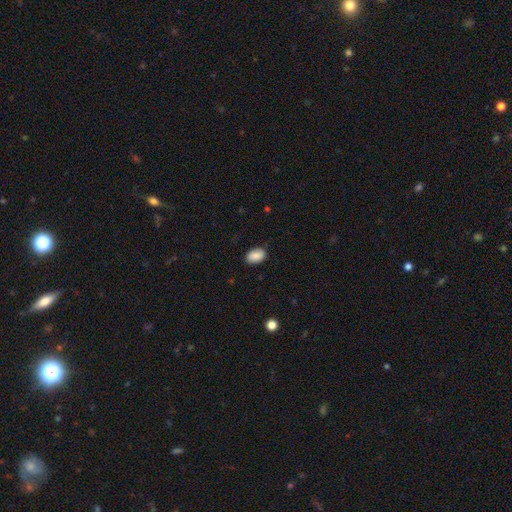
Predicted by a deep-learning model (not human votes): Morphology: type=smooth (87%); roundness=in between (88%); merging=none (84%).